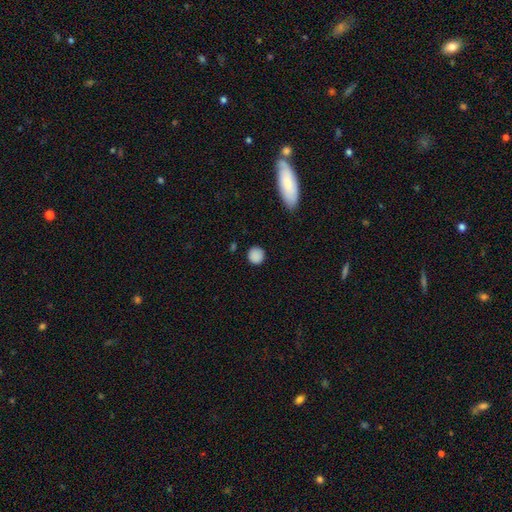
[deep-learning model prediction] Smooth or featured? smooth (87%)
How rounded? round (93%)
Merging? none (87%)